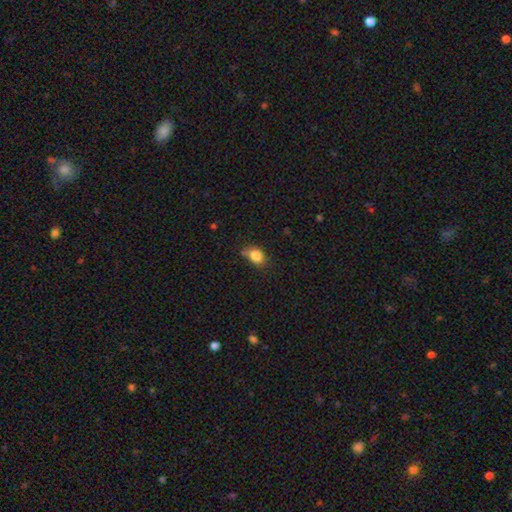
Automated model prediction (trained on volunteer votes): This appears to be a smooth galaxy with no disk features (84%) that is in between round and cigar-shaped (67%). Merging: none (60%).